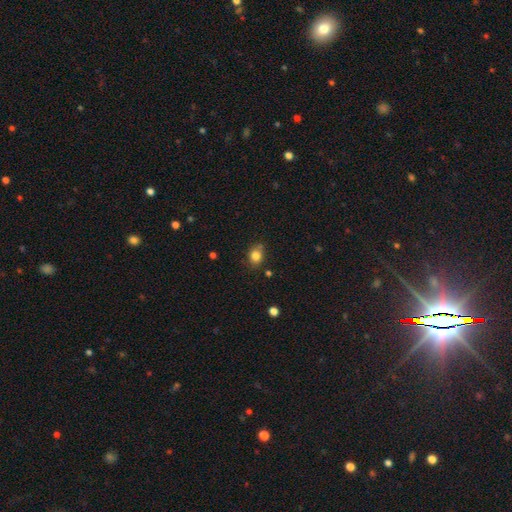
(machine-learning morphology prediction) Smooth or featured? Predicted: smooth (p=0.82). How rounded? Predicted: round (p=0.55). Merging? Predicted: none (p=0.73).